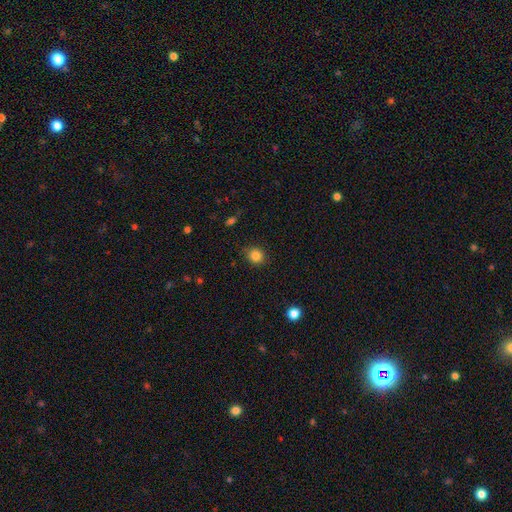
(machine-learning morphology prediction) Smooth or featured? smooth (85%)
How rounded? round (86%)
Merging? none (84%)